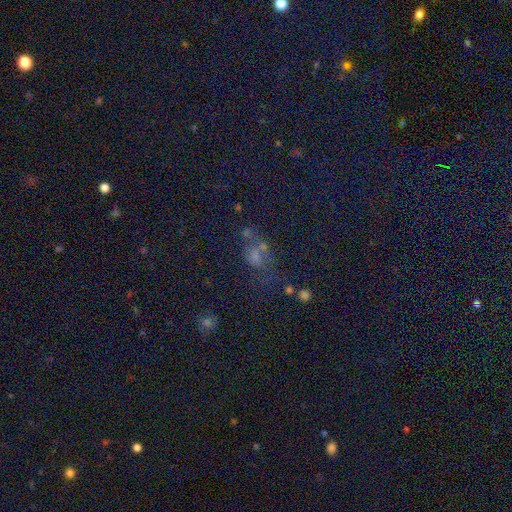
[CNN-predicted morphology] smooth_or_featured: smooth (p=0.42) [alt: star or artifact p=0.40]
merging: none (p=0.43) [alt: merger p=0.22]